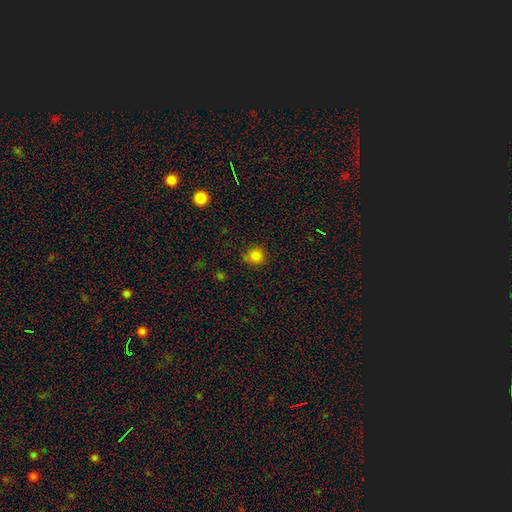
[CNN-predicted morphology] Smooth or featured? Predicted: smooth (p=0.82). How rounded? Predicted: round (p=0.90). Merging? Predicted: none (p=0.79).